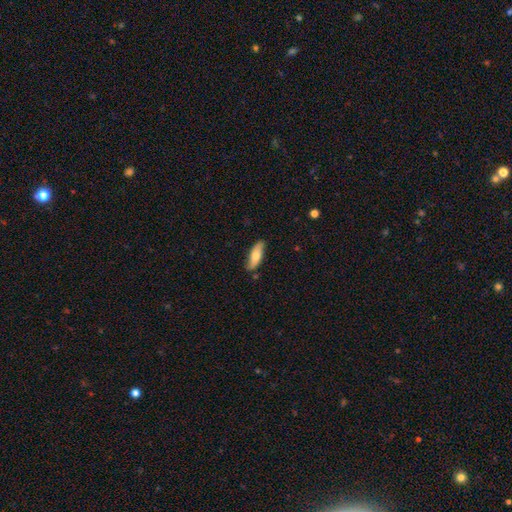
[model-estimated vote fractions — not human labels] Smooth or featured? Predicted: smooth (p=0.71). How rounded? Predicted: in between (p=0.56). Merging? Predicted: none (p=0.81).